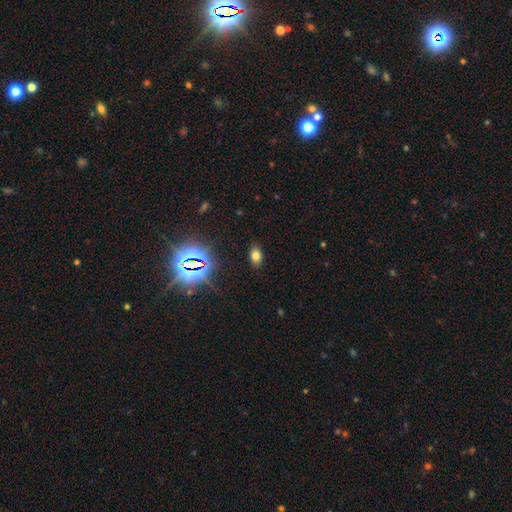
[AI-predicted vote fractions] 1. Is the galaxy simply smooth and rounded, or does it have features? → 69% smooth, 23% star or artifact, 8% featured or disk.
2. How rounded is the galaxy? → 85% in between, 13% round, 2% cigar-shaped.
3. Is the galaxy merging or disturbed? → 87% none, 9% minor disturbance, 3% major disturbance, 1% merger.